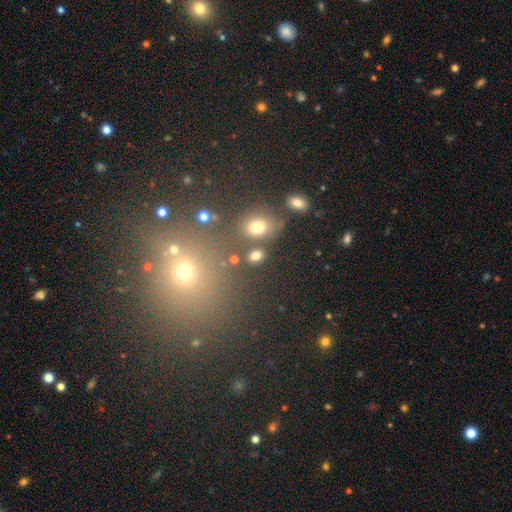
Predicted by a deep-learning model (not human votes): smooth_or_featured: smooth (p=0.77) [alt: star or artifact p=0.15]
how_rounded: in between (p=0.60) [alt: round p=0.38]
merging: none (p=0.73) [alt: merger p=0.12]